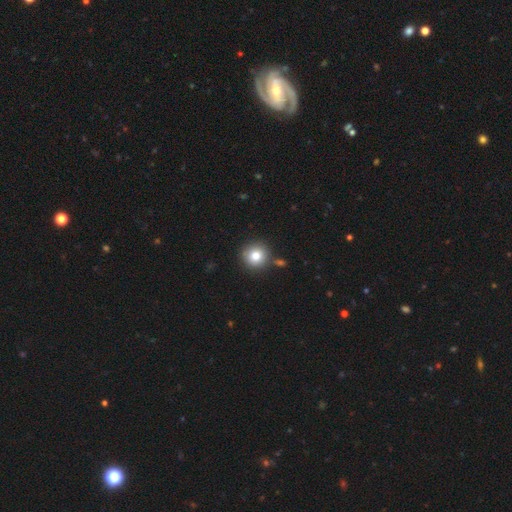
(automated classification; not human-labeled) A smooth galaxy with no disk features (80%) that is round (94%). Merging: none (83%).